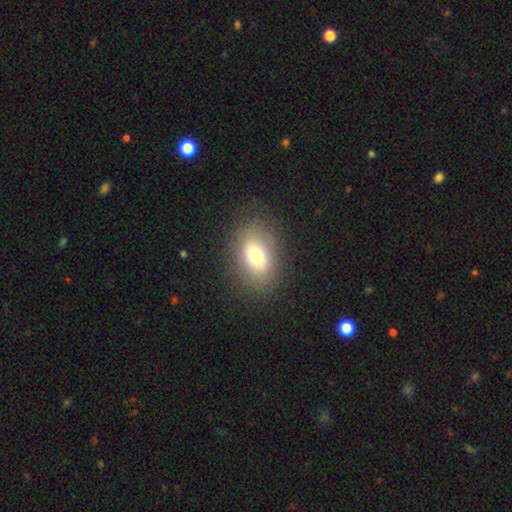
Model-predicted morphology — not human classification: The model was most divided on "how rounded": in between: 73%, round: 26%, cigar-shaped: 1%. More confident: merging — none (83%); smooth or featured — smooth (72%).